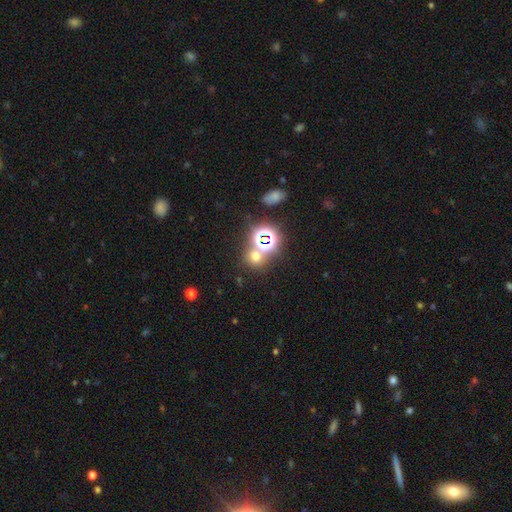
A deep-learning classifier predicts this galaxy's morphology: Smooth or featured? smooth (50%)
How rounded? round (80%)
Merging? none (66%)